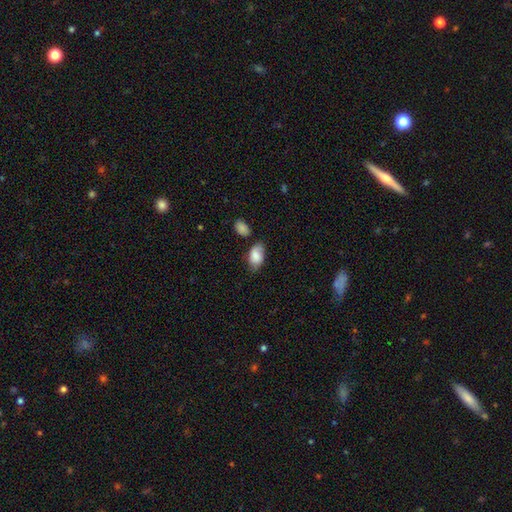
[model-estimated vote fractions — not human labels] The model was most divided on "merging": none: 61%, minor disturbance: 26%, merger: 7%, major disturbance: 6%. More confident: how rounded — in between (92%); smooth or featured — smooth (81%).